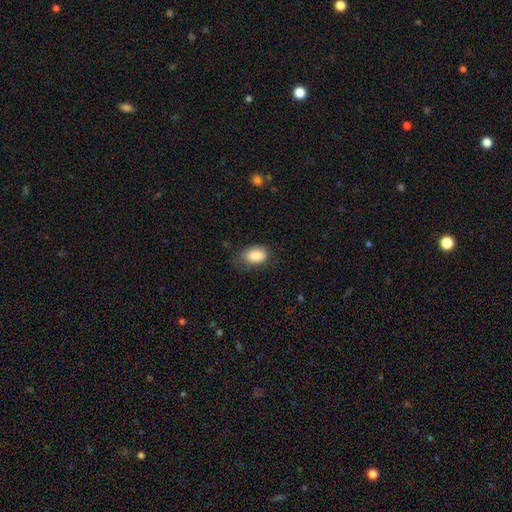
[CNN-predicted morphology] Overall: smooth (86%). How rounded: in between (88%). Merging: none (61%; minor disturbance 29%).